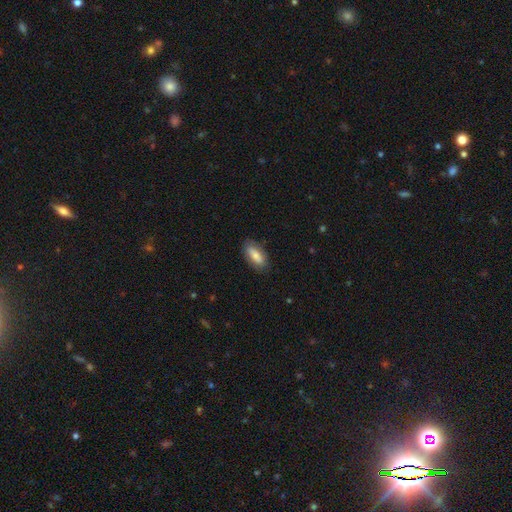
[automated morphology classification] This is likely a smooth galaxy (73%). How rounded: clearly in between (84%). Merging: clearly none (81%).